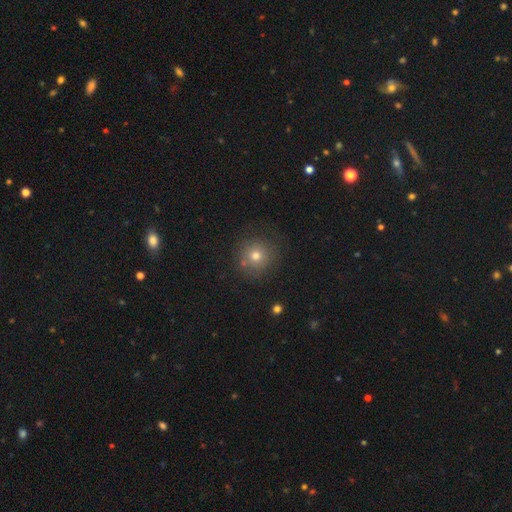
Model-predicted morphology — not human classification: Smooth or featured? smooth (73%)
How rounded? round (93%)
Merging? none (80%)